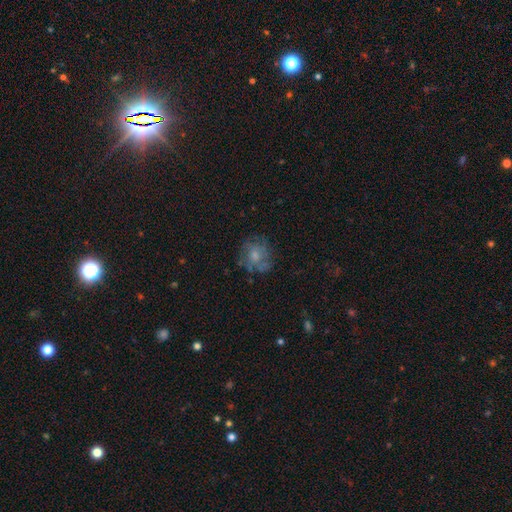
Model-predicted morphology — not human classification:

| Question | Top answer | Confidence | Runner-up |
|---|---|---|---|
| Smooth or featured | featured or disk | 45% | smooth (44%) |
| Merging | none | 67% | minor disturbance (19%) |